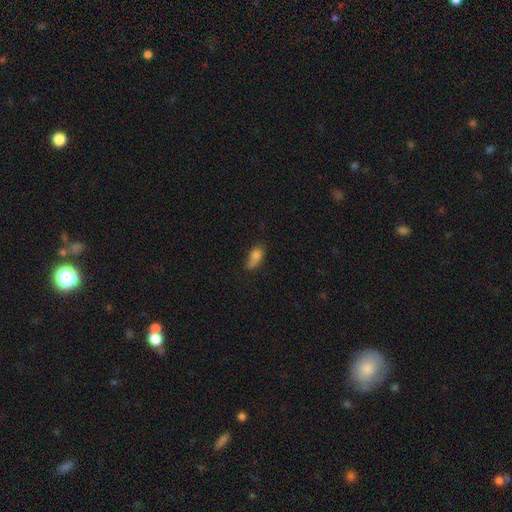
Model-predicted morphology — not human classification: Overall: smooth (76%). How rounded: in between (78%). Merging: none (41%; minor disturbance 29%).